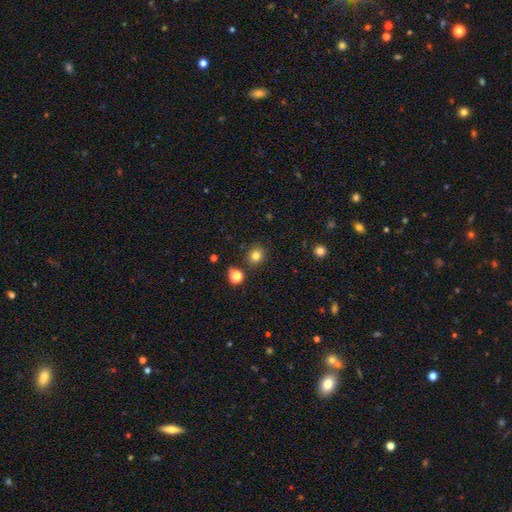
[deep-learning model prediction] Morphology: type=smooth (81%); roundness=round (84%); merging=none (86%).